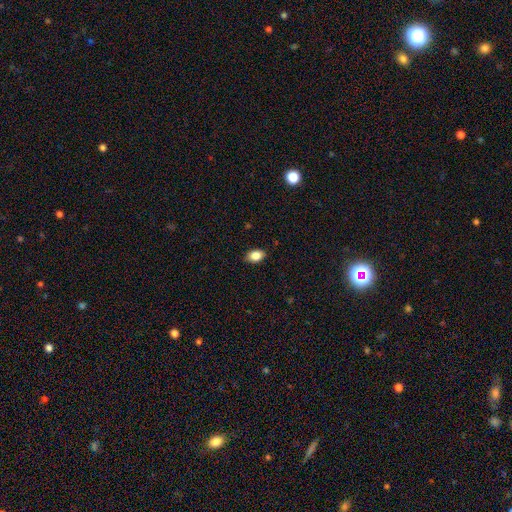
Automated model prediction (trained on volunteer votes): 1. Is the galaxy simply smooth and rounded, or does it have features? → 86% smooth, 8% star or artifact, 5% featured or disk.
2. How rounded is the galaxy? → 85% in between, 14% round, 1% cigar-shaped.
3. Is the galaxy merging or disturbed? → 87% none, 10% minor disturbance, 2% major disturbance, 1% merger.